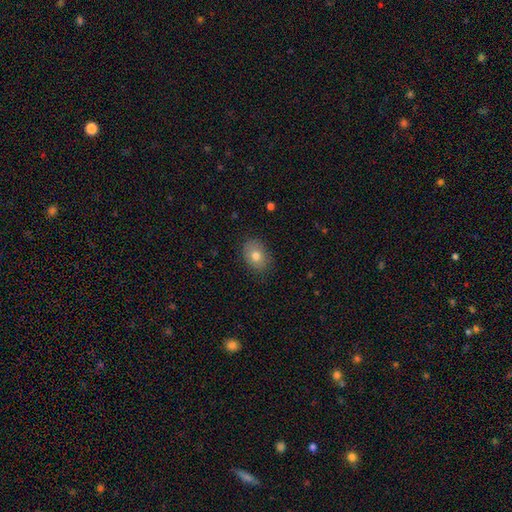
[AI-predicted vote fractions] smooth-or-featured: smooth: 77% | featured or disk: 14% | star or artifact: 9%
  how-rounded: in between: 69% | round: 30% | cigar-shaped: 1%
  merging: none: 83% | minor disturbance: 13% | major disturbance: 3% | merger: 1%